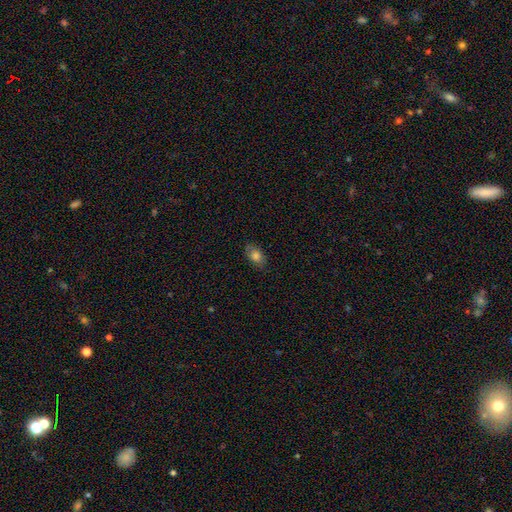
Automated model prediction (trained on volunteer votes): A smooth galaxy with no disk features (81%) that is in between round and cigar-shaped (87%).

Vote fractions:
- Smooth or featured? smooth: 81% / featured or disk: 10% / star or artifact: 9%
- How rounded? in between: 87% / round: 11% / cigar-shaped: 2%
- Merging? none: 81% / minor disturbance: 15% / major disturbance: 3% / merger: 1%